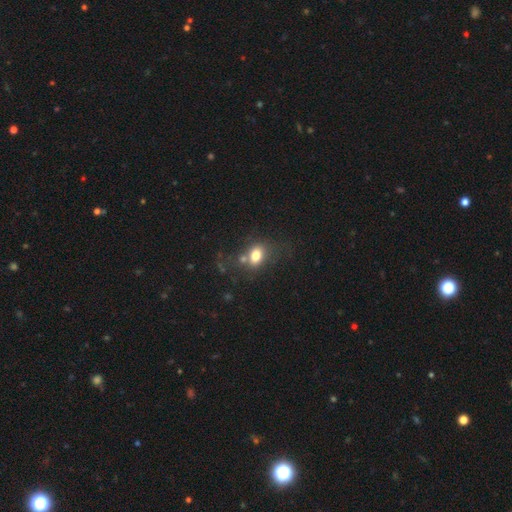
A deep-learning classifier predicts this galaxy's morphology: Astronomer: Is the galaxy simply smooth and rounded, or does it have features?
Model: smooth — 76%.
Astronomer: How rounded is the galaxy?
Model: in between — 70%.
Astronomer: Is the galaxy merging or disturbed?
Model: none — 53%.